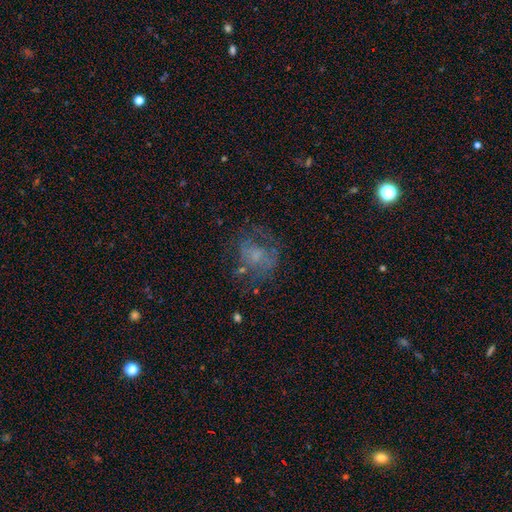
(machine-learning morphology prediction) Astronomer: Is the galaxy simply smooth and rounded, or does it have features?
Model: featured or disk — 46% (runner-up: smooth, 37%).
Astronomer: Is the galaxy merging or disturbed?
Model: none — 51%.